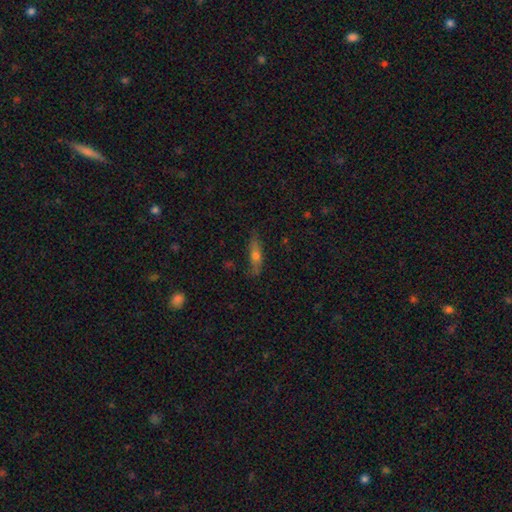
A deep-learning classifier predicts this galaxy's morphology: Smooth or featured?
  - smooth: 55% *
  - featured or disk: 36%
  - star or artifact: 8%
How rounded?
  - cigar-shaped: 66% *
  - in between: 31%
  - round: 3%
Merging?
  - none: 78% *
  - minor disturbance: 16%
  - major disturbance: 4%
  - merger: 2%